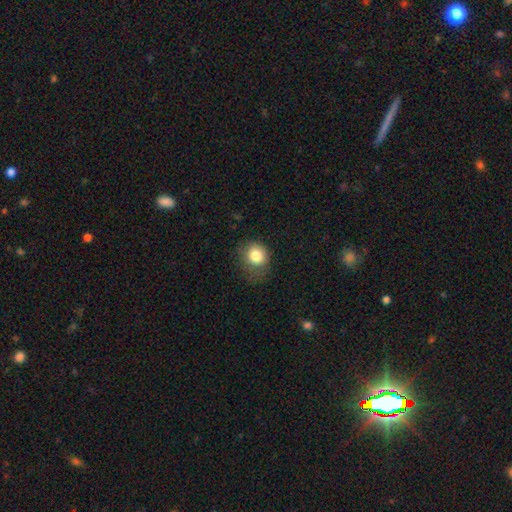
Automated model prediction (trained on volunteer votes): Smooth or featured? smooth (82%)
How rounded? round (75%)
Merging? none (57%)